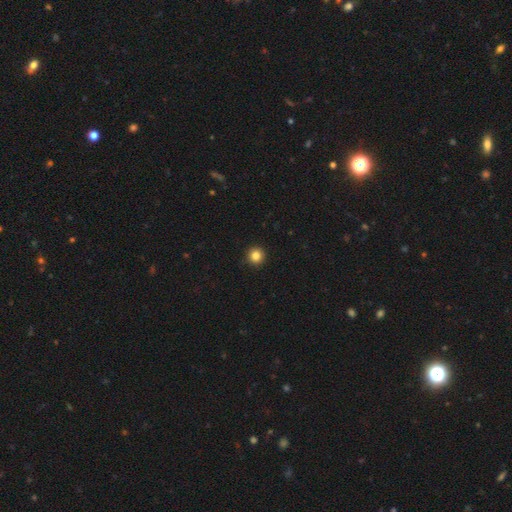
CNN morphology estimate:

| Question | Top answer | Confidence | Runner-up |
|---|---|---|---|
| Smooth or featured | smooth | 85% | star or artifact (11%) |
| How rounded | round | 95% | in between (4%) |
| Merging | none | 93% | minor disturbance (4%) |